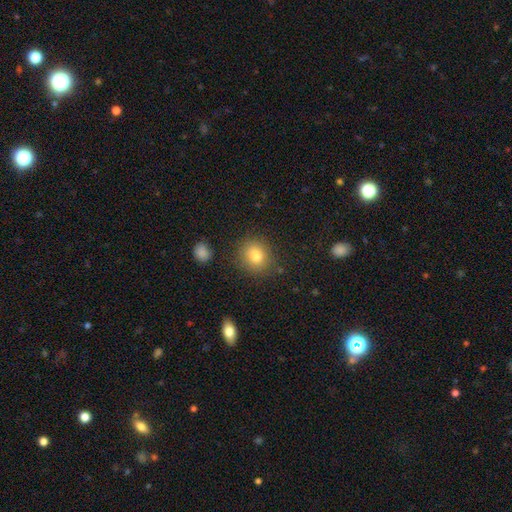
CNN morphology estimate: Q: Smooth or featured?
A: smooth (81%); runner-up: star or artifact (11%)
Q: How rounded?
A: round (80%); runner-up: in between (19%)
Q: Merging?
A: none (84%); runner-up: minor disturbance (10%)